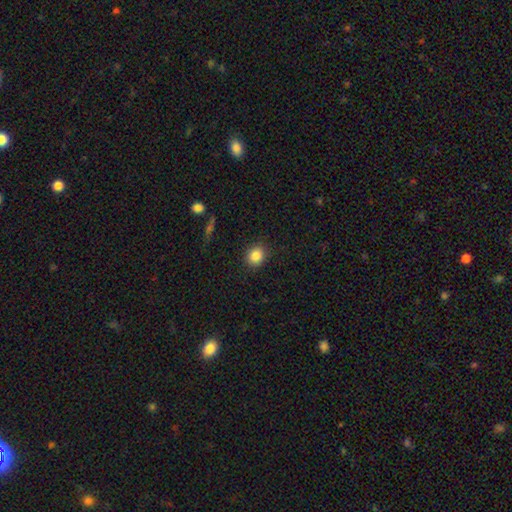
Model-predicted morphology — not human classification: A smooth galaxy with no disk features (85%) that is round (74%).

Vote fractions:
- Smooth or featured? smooth: 85% / star or artifact: 10% / featured or disk: 5%
- How rounded? round: 74% / in between: 25% / cigar-shaped: 1%
- Merging? none: 89% / minor disturbance: 8% / major disturbance: 3% / merger: 1%